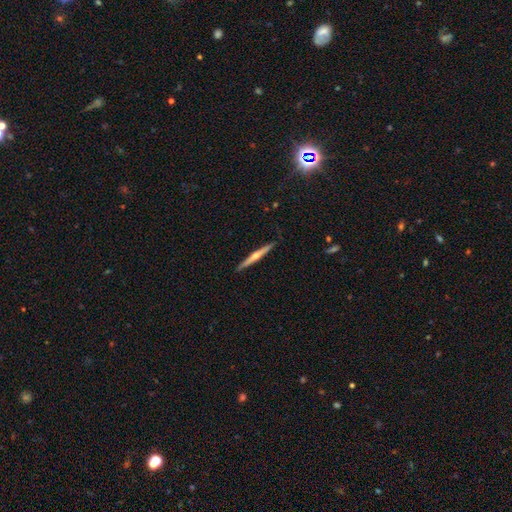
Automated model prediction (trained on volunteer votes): Overall: featured or disk (69%). Edge-on disk: yes (98%). Edge-on bulge: rounded (84%). Merging: none (90%).